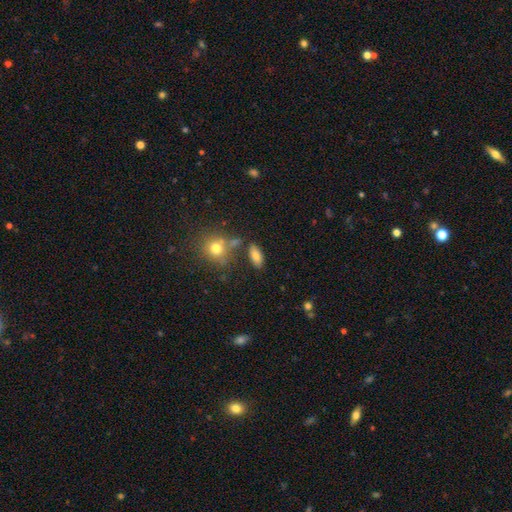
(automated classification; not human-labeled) smooth_or_featured: smooth (p=0.79) [alt: featured or disk p=0.11]
how_rounded: in between (p=0.84) [alt: cigar-shaped p=0.10]
merging: none (p=0.75) [alt: minor disturbance p=0.13]